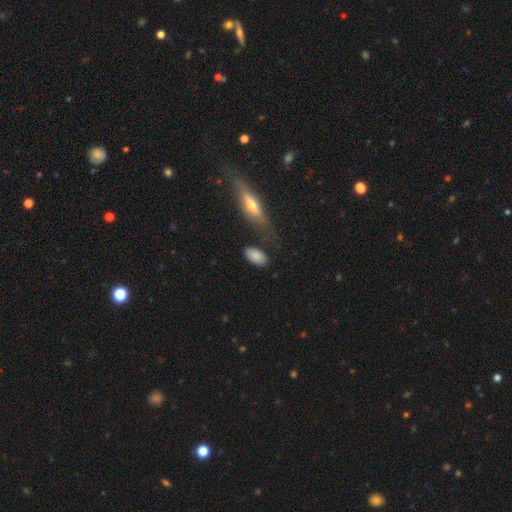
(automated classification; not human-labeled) The model was most divided on "merging": none: 71%, minor disturbance: 16%, merger: 7%, major disturbance: 5%. More confident: how rounded — in between (90%); smooth or featured — smooth (84%).